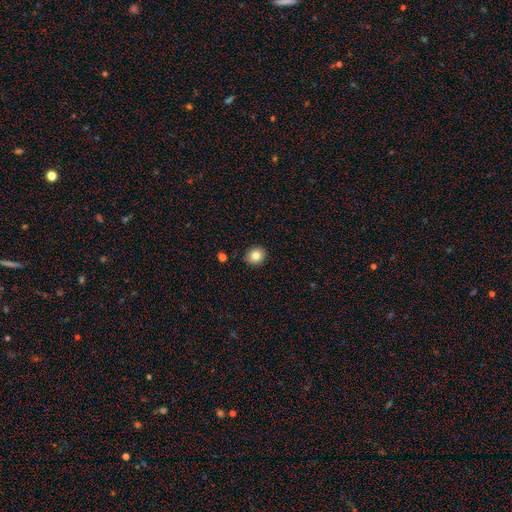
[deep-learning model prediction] Overall: smooth (82%). How rounded: round (79%). Merging: none (89%).